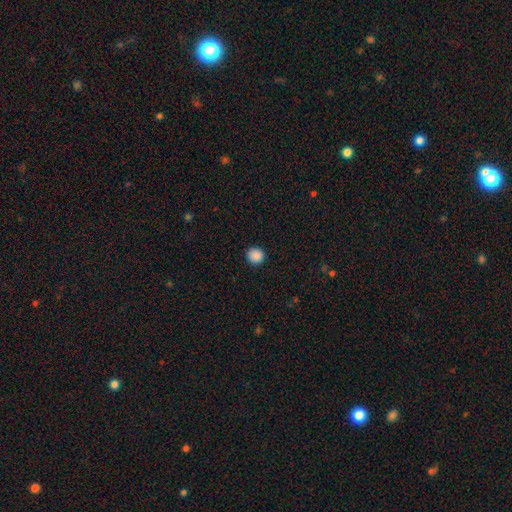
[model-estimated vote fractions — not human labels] Smooth or featured? smooth (89%)
How rounded? round (93%)
Merging? none (92%)